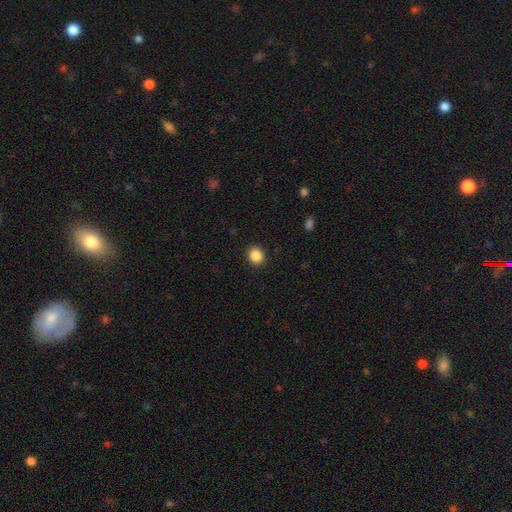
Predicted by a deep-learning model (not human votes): Smooth or featured: smooth — 87% (star or artifact — 10%)
How rounded: round — 78% (in between — 21%)
Merging: none — 92% (minor disturbance — 5%)